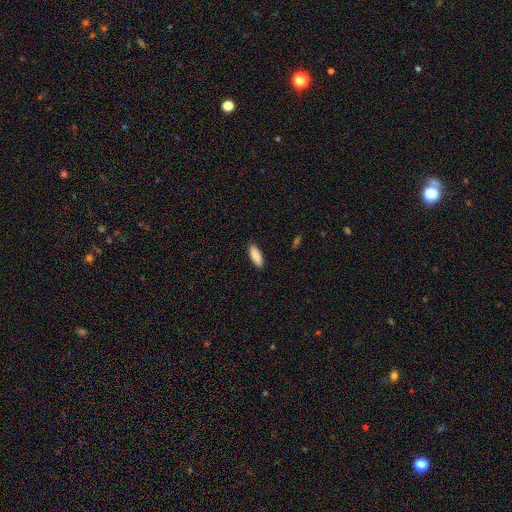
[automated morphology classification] A smooth galaxy with no disk features (89%) that is in between round and cigar-shaped (62%).

Vote fractions:
- Smooth or featured? smooth: 89% / star or artifact: 6% / featured or disk: 6%
- How rounded? in between: 62% / cigar-shaped: 36% / round: 2%
- Merging? none: 90% / minor disturbance: 8% / major disturbance: 2% / merger: 1%